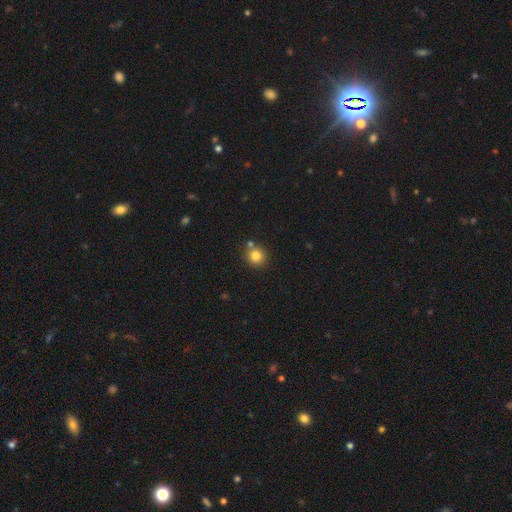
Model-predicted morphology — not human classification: The model was most divided on "merging": none: 76%, merger: 14%, minor disturbance: 8%, major disturbance: 2%. More confident: how rounded — round (92%); smooth or featured — smooth (82%).